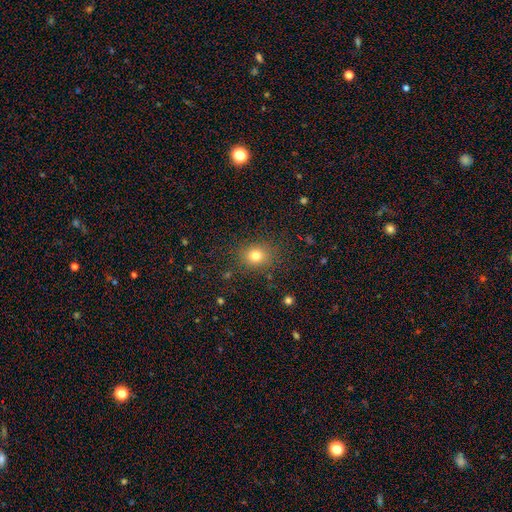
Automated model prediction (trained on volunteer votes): smooth 79%, star or artifact 14%, featured or disk 7%. Down the decision tree: how rounded — round (68%); merging — none (85%).